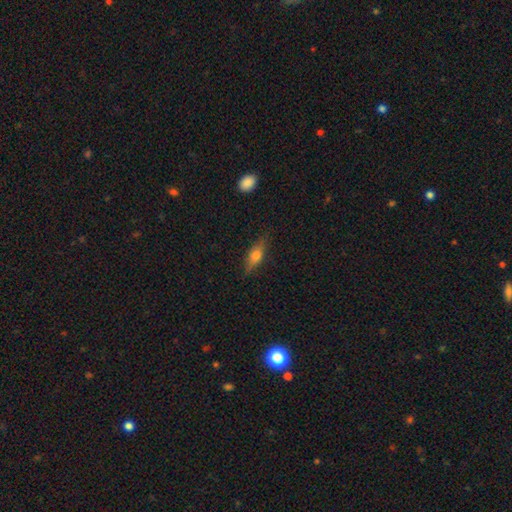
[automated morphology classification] Smooth or featured: smooth — 59% (featured or disk — 33%)
How rounded: in between — 58% (cigar-shaped — 37%)
Merging: none — 81% (minor disturbance — 15%)